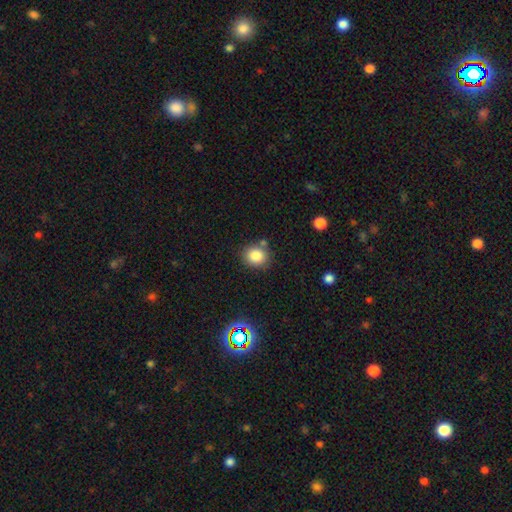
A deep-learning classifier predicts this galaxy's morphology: Smooth or featured? smooth (83%)
How rounded? round (79%)
Merging? none (77%)